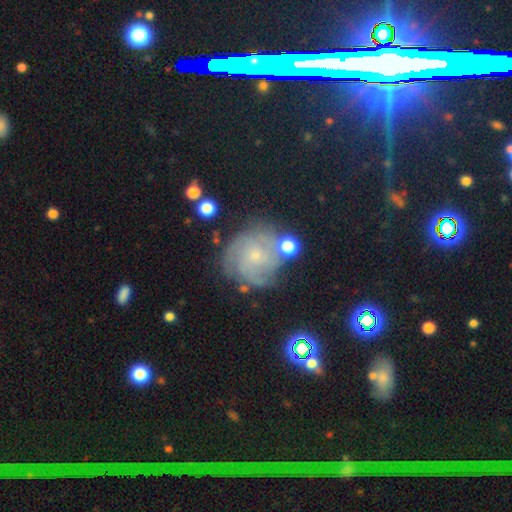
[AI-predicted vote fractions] Smooth or featured? Predicted: featured or disk (p=0.64). Edge-on disk? Predicted: no (p=0.98). Bar? Predicted: no (p=0.74). Spiral arms? Predicted: yes (p=0.89). Spiral winding? Predicted: tight (p=0.58). Spiral arm count? Predicted: can't tell (p=0.42). Bulge size? Predicted: small (p=0.78). Merging? Predicted: none (p=0.68).